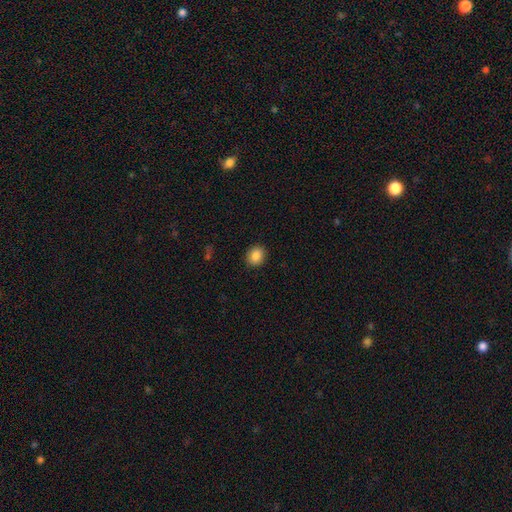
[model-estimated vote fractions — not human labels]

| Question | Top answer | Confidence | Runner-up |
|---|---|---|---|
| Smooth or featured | smooth | 87% | star or artifact (9%) |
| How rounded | round | 61% | in between (38%) |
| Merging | none | 90% | minor disturbance (7%) |